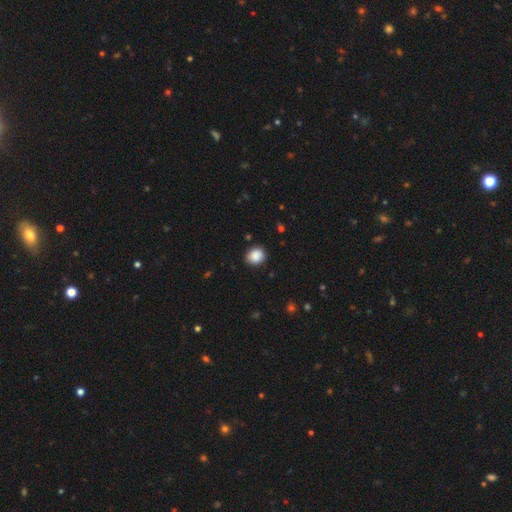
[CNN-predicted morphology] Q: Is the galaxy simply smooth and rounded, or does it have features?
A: smooth — 88%.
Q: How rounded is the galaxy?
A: round — 76%.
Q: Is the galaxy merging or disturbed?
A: none — 87%.